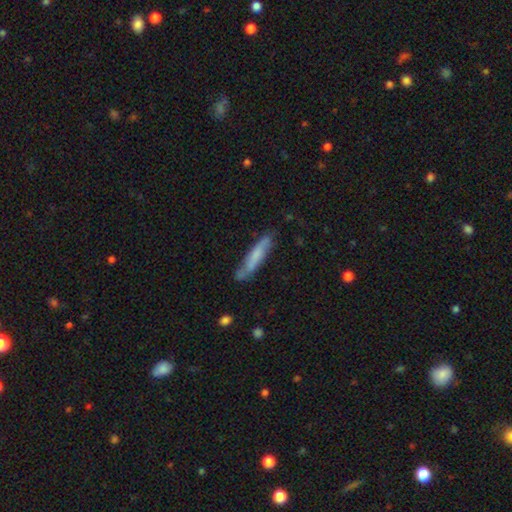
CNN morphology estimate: Q: Smooth or featured?
A: smooth (60%); runner-up: featured or disk (34%)
Q: How rounded?
A: cigar-shaped (89%); runner-up: in between (10%)
Q: Merging?
A: none (72%); runner-up: minor disturbance (20%)